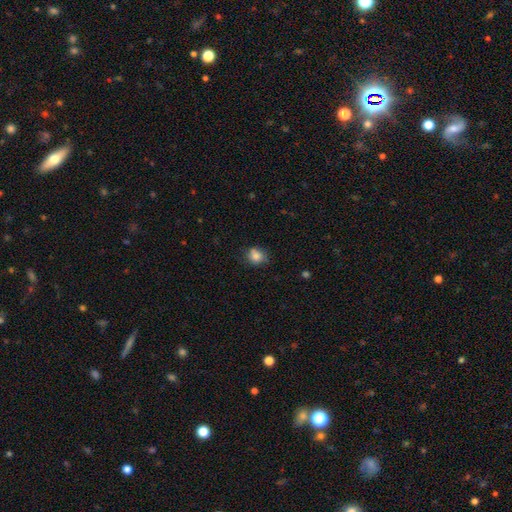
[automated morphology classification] smooth_or_featured: smooth (p=0.82) [alt: star or artifact p=0.10]
how_rounded: round (p=0.64) [alt: in between p=0.34]
merging: none (p=0.67) [alt: minor disturbance p=0.24]